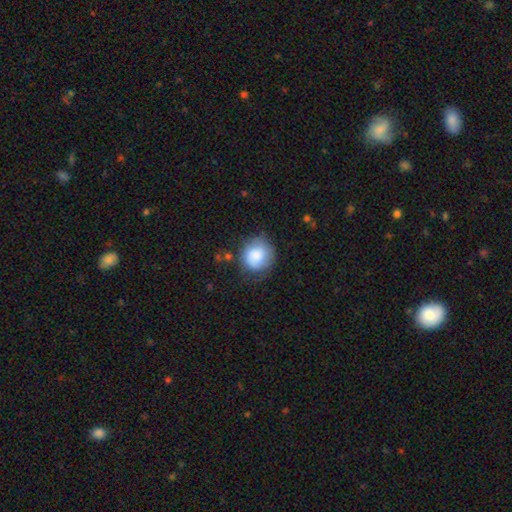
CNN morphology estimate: smooth_or_featured: smooth (p=0.78) [alt: featured or disk p=0.15]
how_rounded: round (p=0.83) [alt: in between p=0.16]
merging: none (p=0.63) [alt: minor disturbance p=0.24]